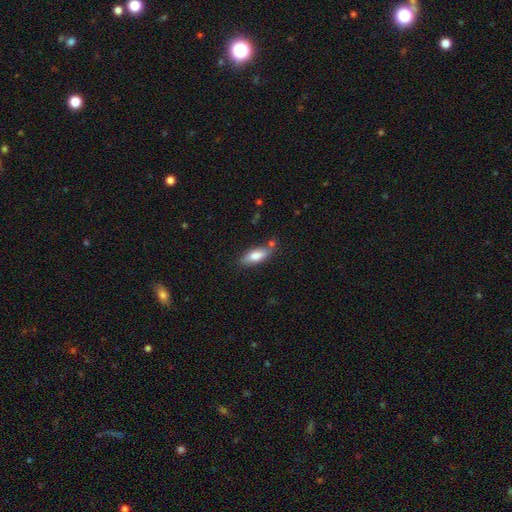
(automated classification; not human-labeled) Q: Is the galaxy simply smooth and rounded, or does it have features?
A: smooth — 76%.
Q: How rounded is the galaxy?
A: in between — 72%.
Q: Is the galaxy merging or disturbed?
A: none — 69%.